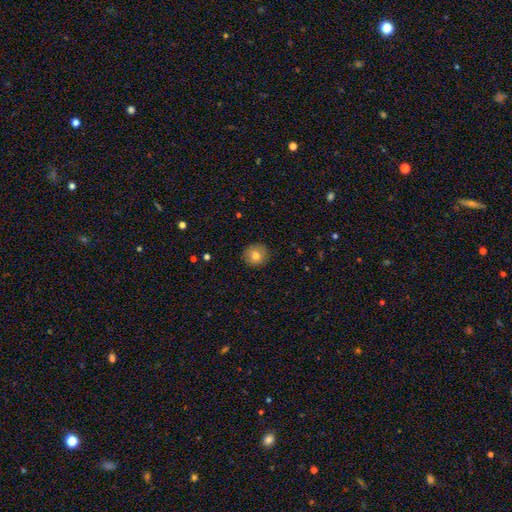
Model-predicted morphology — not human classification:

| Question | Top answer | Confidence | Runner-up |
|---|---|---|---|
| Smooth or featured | smooth | 80% | featured or disk (11%) |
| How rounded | round | 90% | in between (9%) |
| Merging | none | 89% | minor disturbance (8%) |